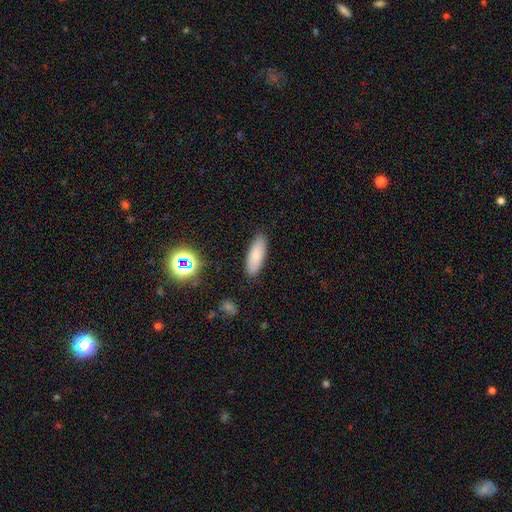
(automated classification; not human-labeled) This appears to be a smooth galaxy with no disk features (81%) that is in between round and cigar-shaped (64%). Merging: none (87%).